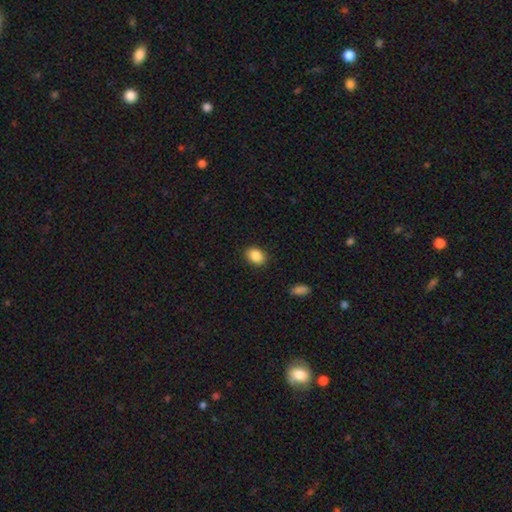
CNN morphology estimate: smooth 88%, star or artifact 8%, featured or disk 4%. Down the decision tree: how rounded — in between (68%); merging — none (88%).